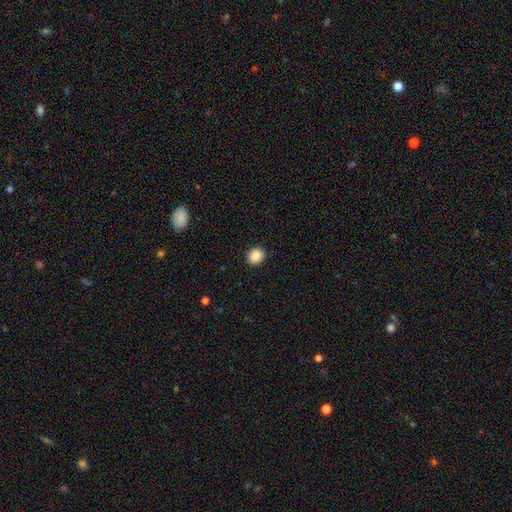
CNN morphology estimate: Smooth or featured?
  - smooth: 88% *
  - star or artifact: 9%
  - featured or disk: 3%
How rounded?
  - round: 71% *
  - in between: 28%
  - cigar-shaped: 1%
Merging?
  - none: 89% *
  - minor disturbance: 8%
  - major disturbance: 2%
  - merger: 1%